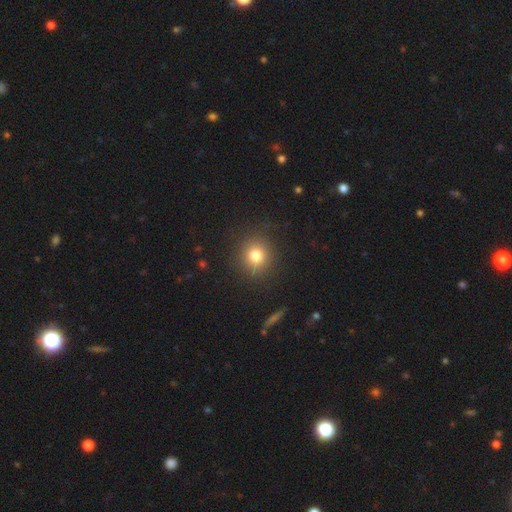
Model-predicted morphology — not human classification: Overall: smooth (79%). How rounded: round (86%). Merging: none (87%).